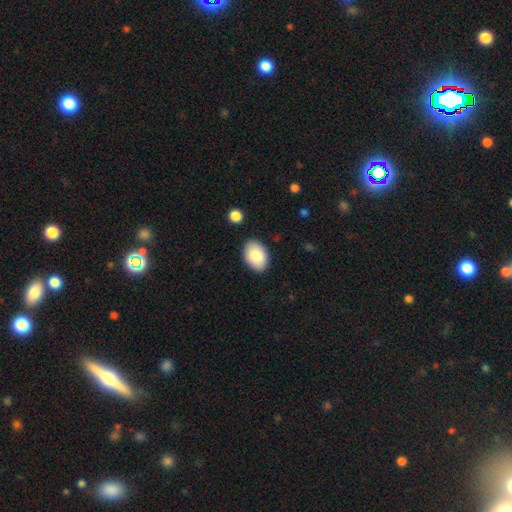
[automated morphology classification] This appears to be a smooth galaxy with no disk features (85%) that is in between round and cigar-shaped (88%). Merging: none (87%).